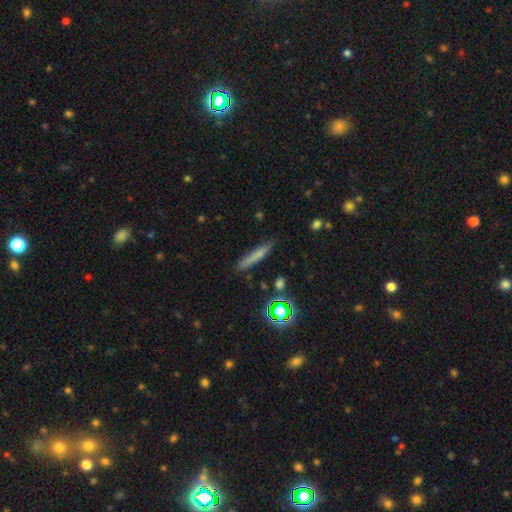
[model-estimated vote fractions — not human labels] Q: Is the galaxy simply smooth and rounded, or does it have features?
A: smooth — 67%.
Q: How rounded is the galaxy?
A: cigar-shaped — 91%.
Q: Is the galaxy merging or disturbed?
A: none — 82%.